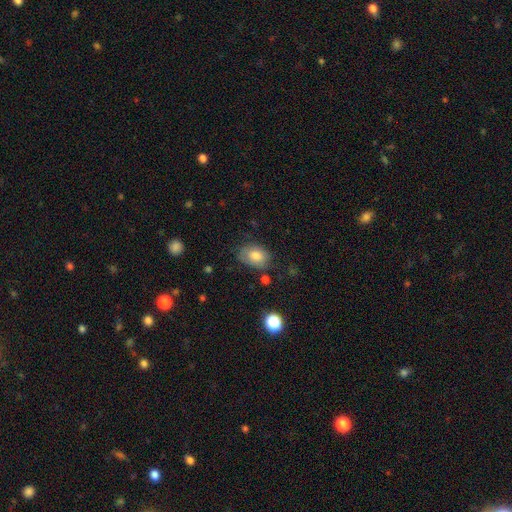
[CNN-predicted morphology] Q: Smooth or featured?
A: smooth (78%); runner-up: featured or disk (13%)
Q: How rounded?
A: in between (78%); runner-up: round (21%)
Q: Merging?
A: none (68%); runner-up: minor disturbance (23%)